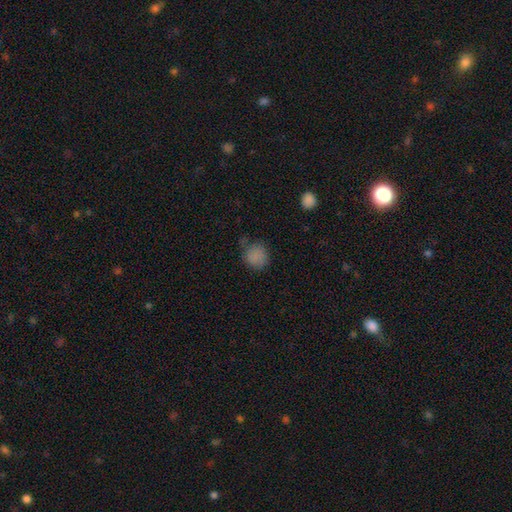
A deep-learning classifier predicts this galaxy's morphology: A smooth galaxy with no disk features (83%) that is round (86%). Merging: none (69%).